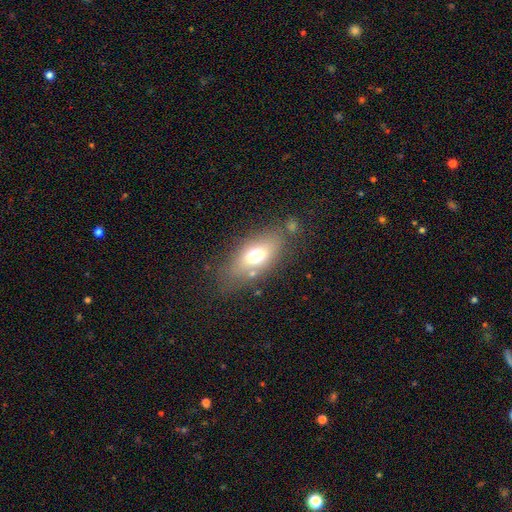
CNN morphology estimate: smooth-or-featured: smooth: 67% | featured or disk: 23% | star or artifact: 10%
  how-rounded: in between: 84% | cigar-shaped: 9% | round: 7%
  merging: none: 68% | minor disturbance: 17% | major disturbance: 8% | merger: 7%